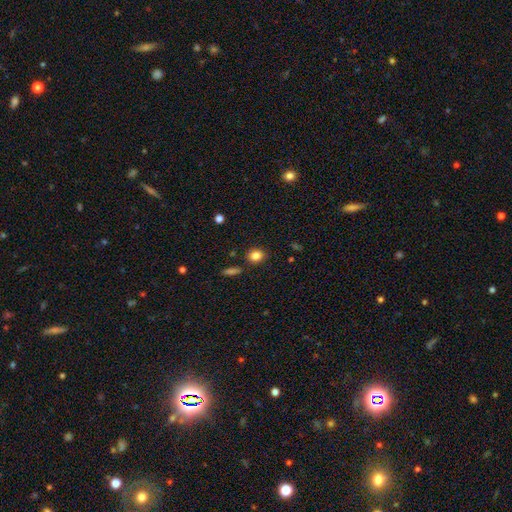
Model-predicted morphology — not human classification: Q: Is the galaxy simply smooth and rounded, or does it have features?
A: smooth — 84%.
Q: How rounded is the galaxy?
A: round — 59%.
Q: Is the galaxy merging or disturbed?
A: none — 86%.